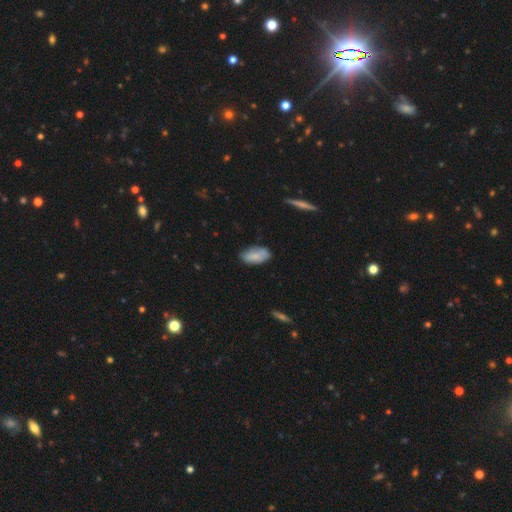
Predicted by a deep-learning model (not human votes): Morphology: type=smooth (77%); roundness=in between (93%); merging=none (69%).